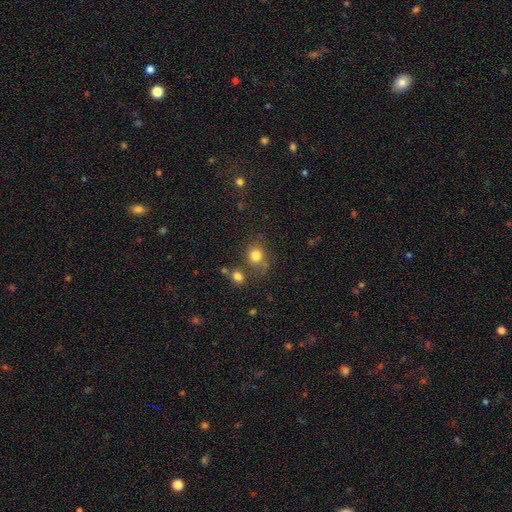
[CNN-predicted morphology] Overall: smooth (79%). How rounded: round (81%). Merging: none (69%).